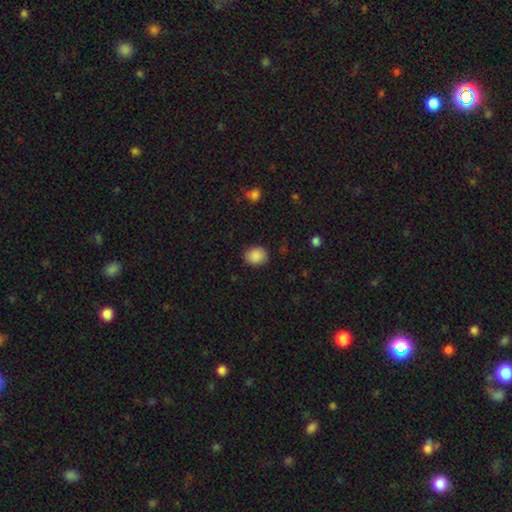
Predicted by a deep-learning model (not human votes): Smooth or featured? Predicted: smooth (p=0.88). How rounded? Predicted: round (p=0.59). Merging? Predicted: none (p=0.86).